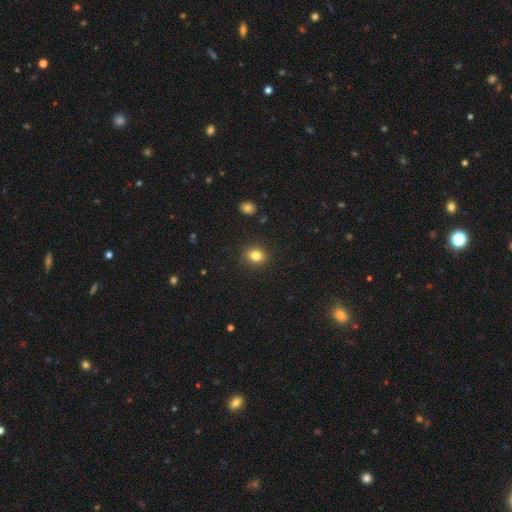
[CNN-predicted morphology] Smooth or featured: smooth — 83% (star or artifact — 11%)
How rounded: round — 53% (in between — 46%)
Merging: none — 88% (minor disturbance — 9%)